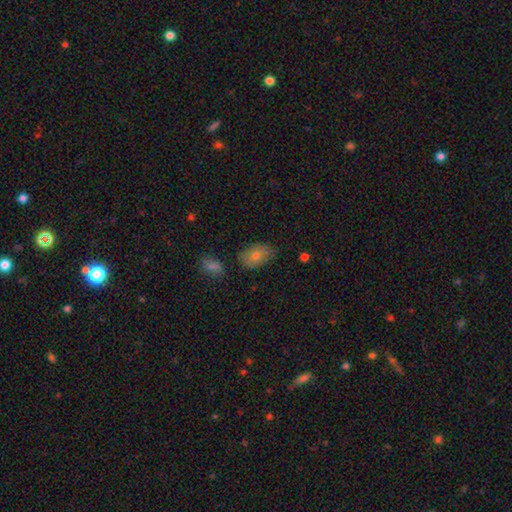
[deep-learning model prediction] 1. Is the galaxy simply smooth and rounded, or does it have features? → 74% smooth, 16% featured or disk, 10% star or artifact.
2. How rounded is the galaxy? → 85% in between, 14% round, 1% cigar-shaped.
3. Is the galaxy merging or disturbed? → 73% none, 20% minor disturbance, 4% major disturbance, 3% merger.